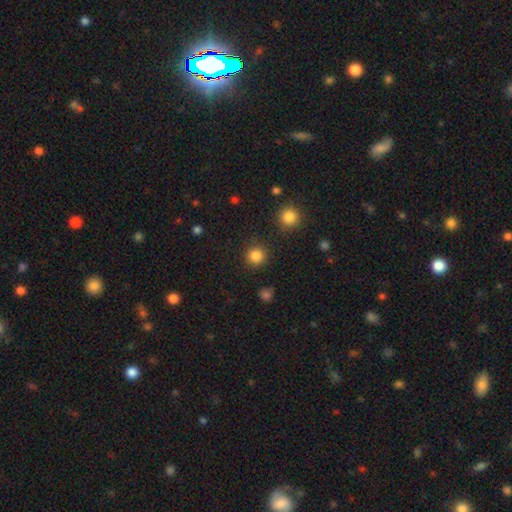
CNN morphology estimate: Smooth or featured: smooth — 85% (star or artifact — 12%)
How rounded: round — 95% (in between — 4%)
Merging: none — 90% (minor disturbance — 6%)